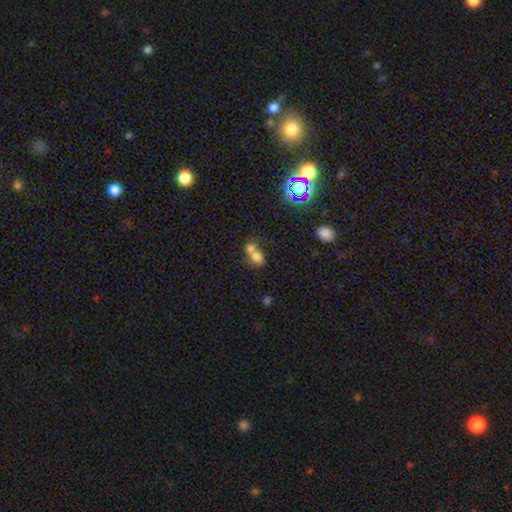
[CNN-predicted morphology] Overall: smooth (69%). How rounded: in between (59%; round 39%). Merging: merger (70%).